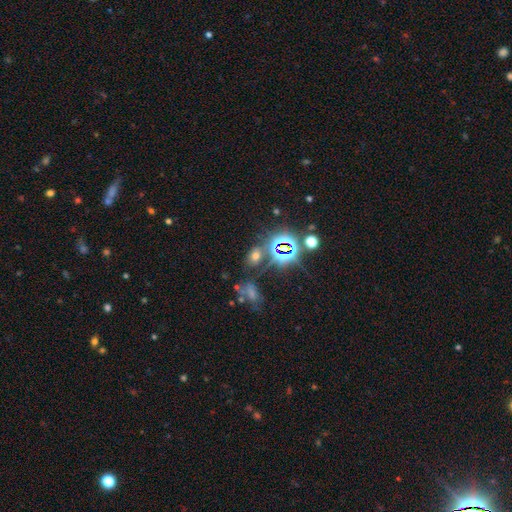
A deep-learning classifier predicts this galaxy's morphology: Smooth or featured? smooth (47%)
Merging? none (70%)